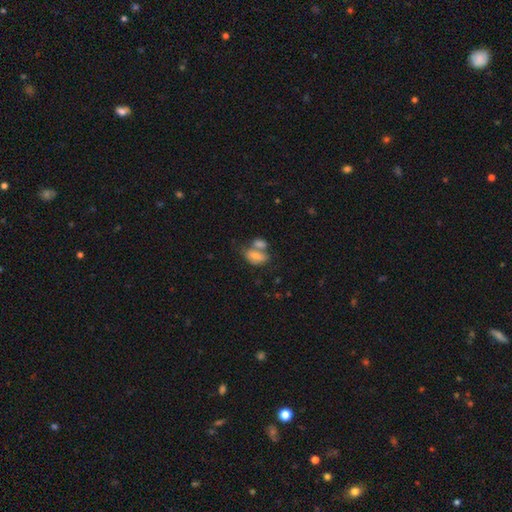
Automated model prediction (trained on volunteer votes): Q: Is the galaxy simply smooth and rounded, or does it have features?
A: smooth — 72%.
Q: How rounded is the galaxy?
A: in between — 87%.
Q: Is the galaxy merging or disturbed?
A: merger — 54%.